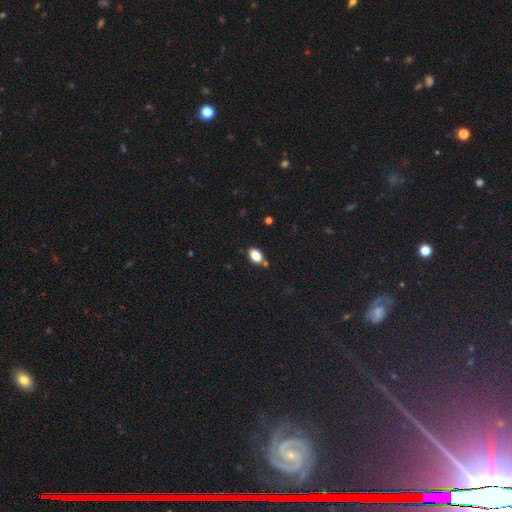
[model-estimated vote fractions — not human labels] smooth_or_featured: smooth (p=0.84) [alt: star or artifact p=0.10]
how_rounded: in between (p=0.84) [alt: round p=0.15]
merging: none (p=0.77) [alt: minor disturbance p=0.13]